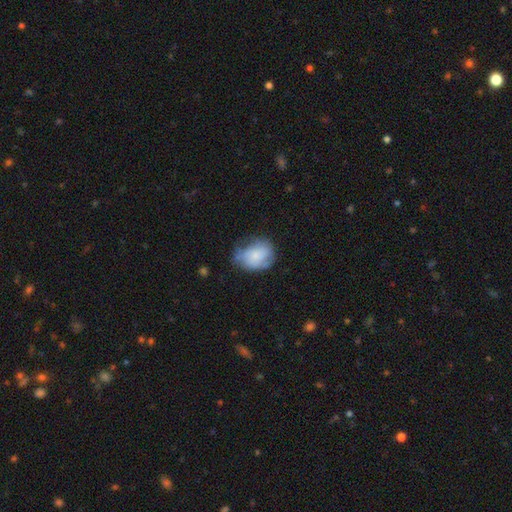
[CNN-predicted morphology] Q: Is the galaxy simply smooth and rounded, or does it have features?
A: smooth — 65%.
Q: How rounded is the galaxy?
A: in between — 55%.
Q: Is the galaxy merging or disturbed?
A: none — 44%.